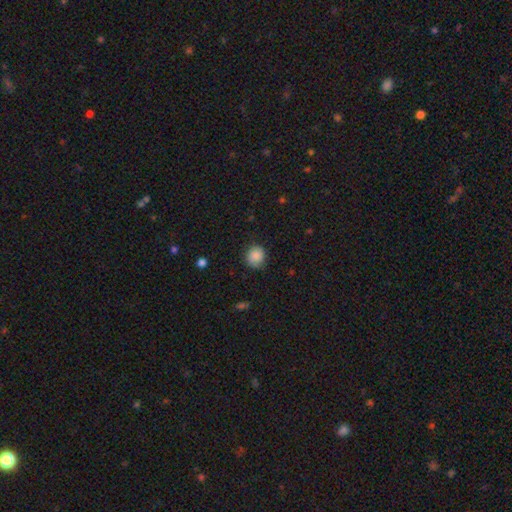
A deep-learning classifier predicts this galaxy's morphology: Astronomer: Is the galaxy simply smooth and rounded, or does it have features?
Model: smooth — 87%.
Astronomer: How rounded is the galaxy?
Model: round — 84%.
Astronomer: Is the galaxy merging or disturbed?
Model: none — 81%.